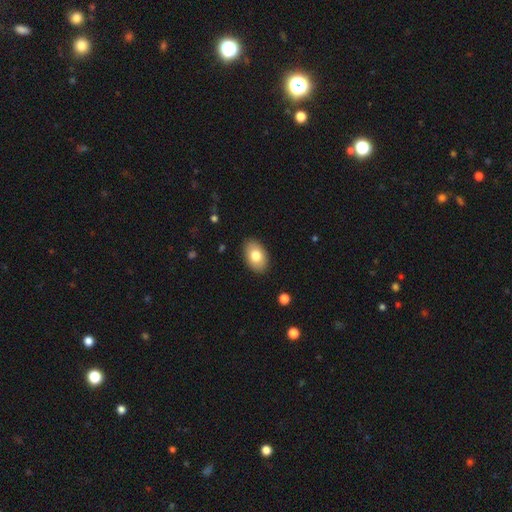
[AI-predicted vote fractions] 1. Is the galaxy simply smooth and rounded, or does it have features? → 78% smooth, 15% featured or disk, 7% star or artifact.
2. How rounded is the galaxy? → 89% in between, 10% round, 1% cigar-shaped.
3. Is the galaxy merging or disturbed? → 88% none, 9% minor disturbance, 2% major disturbance, 1% merger.